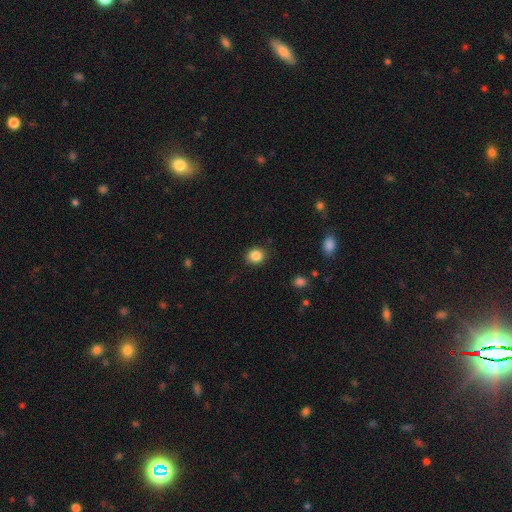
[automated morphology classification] Smooth or featured?
  - smooth: 86% *
  - star or artifact: 10%
  - featured or disk: 4%
How rounded?
  - round: 78% *
  - in between: 21%
  - cigar-shaped: 1%
Merging?
  - none: 89% *
  - minor disturbance: 8%
  - major disturbance: 2%
  - merger: 1%